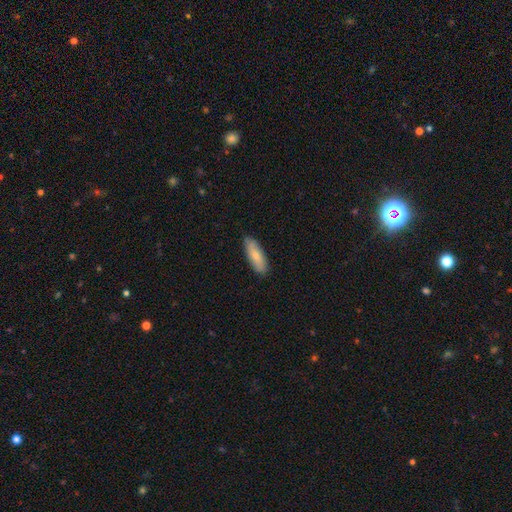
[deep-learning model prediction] smooth-or-featured: smooth: 78% | featured or disk: 17% | star or artifact: 5%
  how-rounded: in between: 59% | cigar-shaped: 39% | round: 2%
  merging: none: 86% | minor disturbance: 11% | major disturbance: 2% | merger: 1%